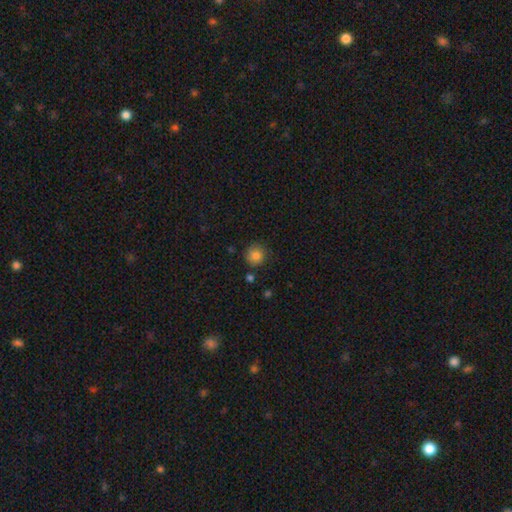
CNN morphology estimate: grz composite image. It shows a smooth galaxy with no disk features (84%) that is round (93%). Merging: none (83%).